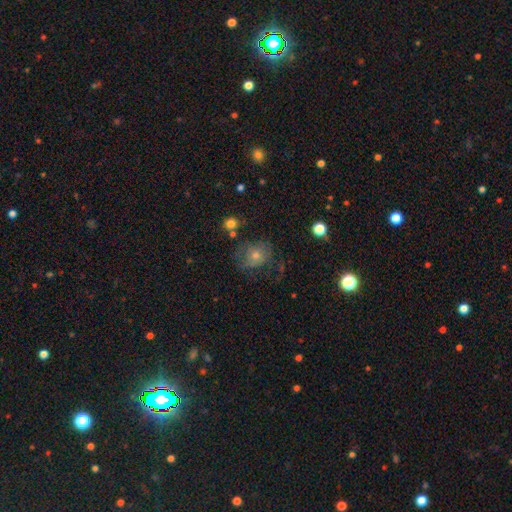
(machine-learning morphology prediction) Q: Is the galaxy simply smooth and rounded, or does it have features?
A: smooth — 47%.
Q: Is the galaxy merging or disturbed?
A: none — 63%.